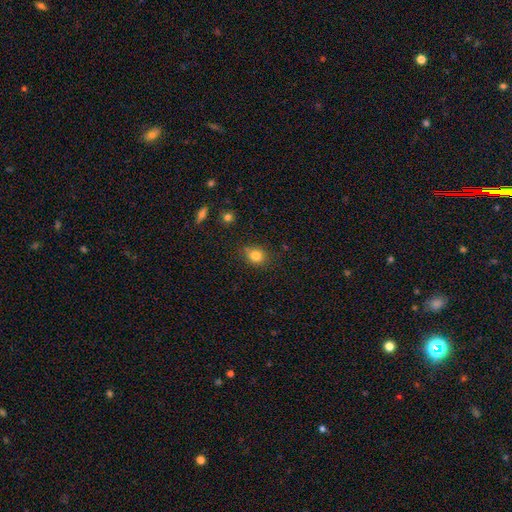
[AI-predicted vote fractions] This is clearly a smooth galaxy (81%). How rounded: likely round (70%). Merging: likely none (75%).